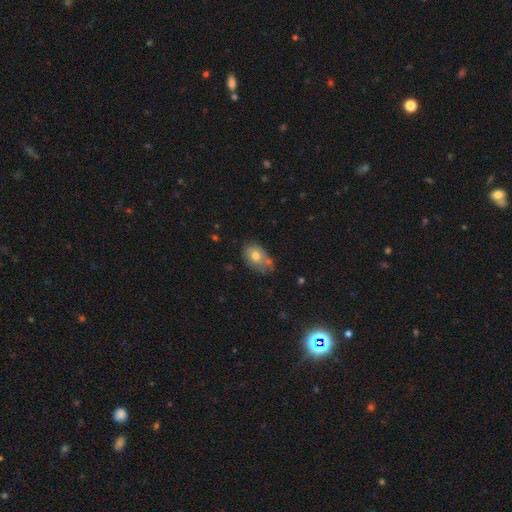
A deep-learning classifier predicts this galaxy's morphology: This is likely a smooth galaxy (71%). How rounded: clearly in between (81%). Merging: possibly none (54%).